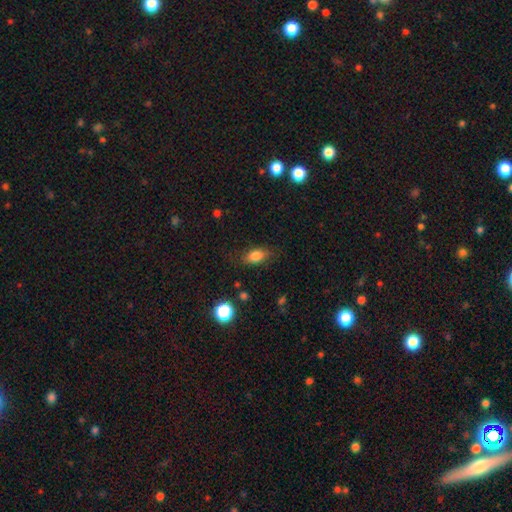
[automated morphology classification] A smooth galaxy with no disk features (82%) that is in between round and cigar-shaped (86%).

Vote fractions:
- Smooth or featured? smooth: 82% / star or artifact: 10% / featured or disk: 9%
- How rounded? in between: 86% / round: 9% / cigar-shaped: 5%
- Merging? none: 77% / minor disturbance: 16% / major disturbance: 5% / merger: 1%